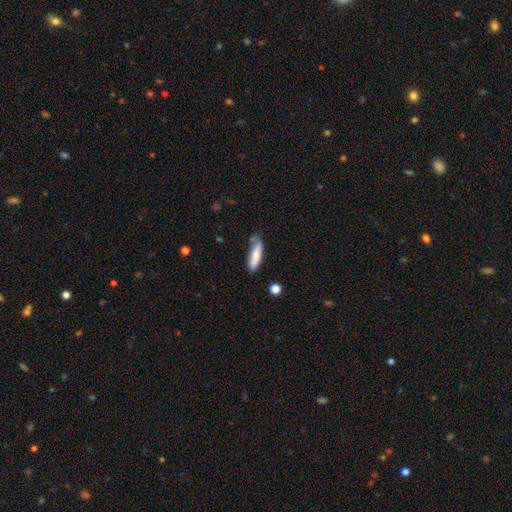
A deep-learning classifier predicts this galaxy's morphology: The model was most divided on "how rounded": cigar-shaped: 66%, in between: 33%, round: 2%. More confident: smooth or featured — smooth (76%); merging — none (61%).